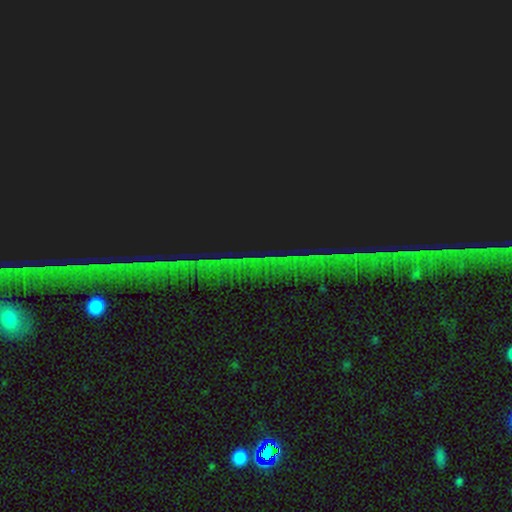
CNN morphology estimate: This appears to be a star or artifact, not a galaxy (84%).